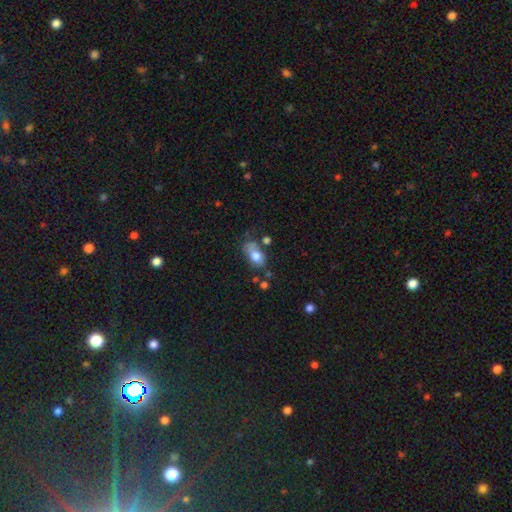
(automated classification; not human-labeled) Q: Smooth or featured?
A: smooth (74%); runner-up: featured or disk (17%)
Q: How rounded?
A: in between (83%); runner-up: round (15%)
Q: Merging?
A: none (40%); runner-up: minor disturbance (26%)